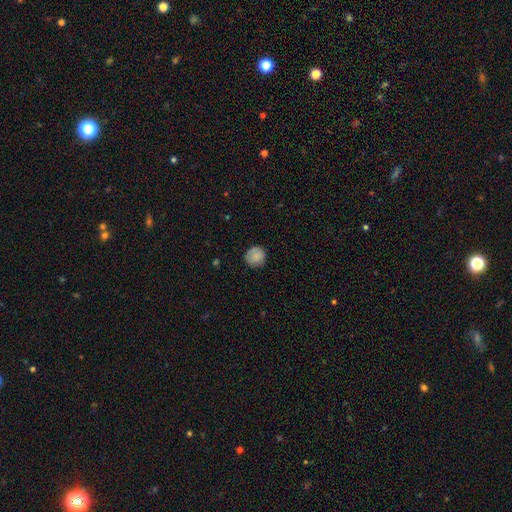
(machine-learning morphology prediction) This appears to be a smooth galaxy with no disk features (83%) that is round (91%). Merging: none (84%).